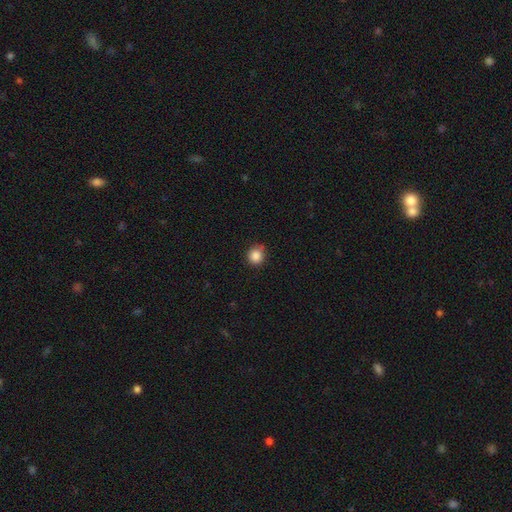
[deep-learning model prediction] Smooth or featured? Predicted: smooth (p=0.86). How rounded? Predicted: round (p=0.89). Merging? Predicted: none (p=0.77).